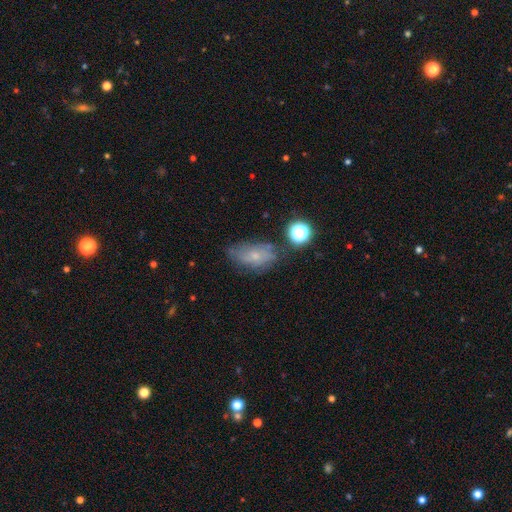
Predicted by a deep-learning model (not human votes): smooth 45%, featured or disk 41%, star or artifact 14%. Down the decision tree: merging — none (58%).